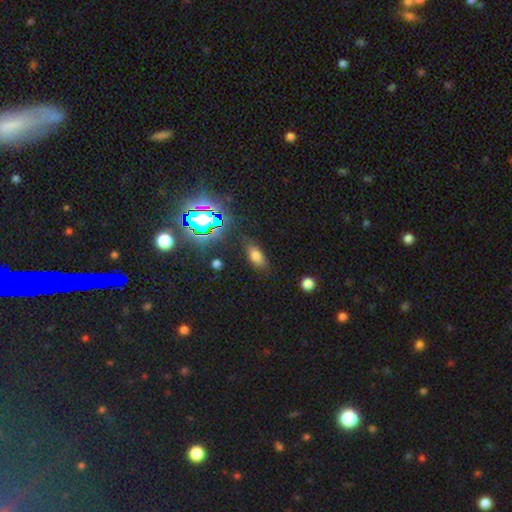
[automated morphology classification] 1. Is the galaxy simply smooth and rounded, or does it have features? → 70% smooth, 19% star or artifact, 10% featured or disk.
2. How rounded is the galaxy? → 85% in between, 9% cigar-shaped, 6% round.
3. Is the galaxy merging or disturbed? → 80% none, 13% minor disturbance, 4% major disturbance, 3% merger.